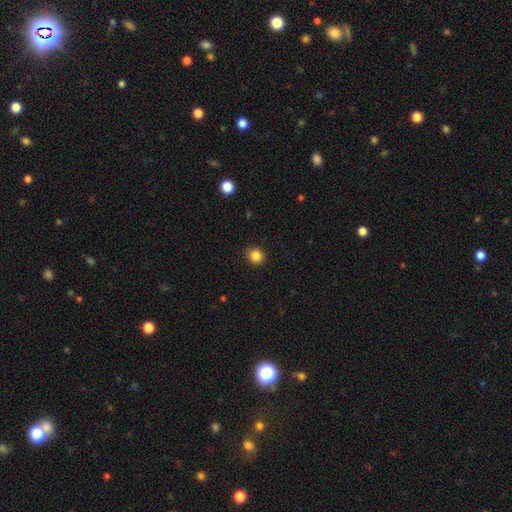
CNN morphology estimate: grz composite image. It shows a smooth galaxy with no disk features (85%) that is round (87%). Merging: none (89%).